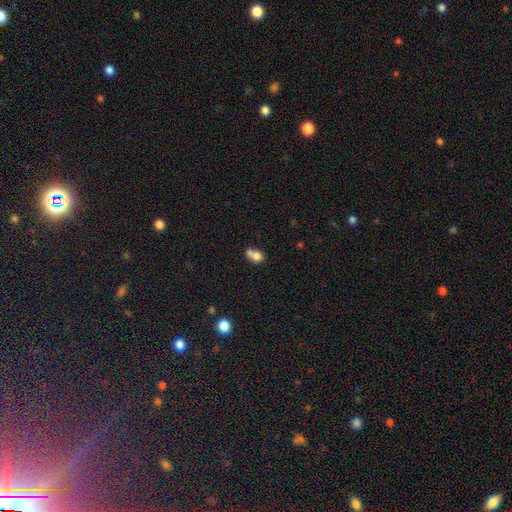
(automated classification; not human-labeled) Q: Smooth or featured?
A: smooth (75%); runner-up: featured or disk (14%)
Q: How rounded?
A: round (50%); runner-up: in between (48%)
Q: Merging?
A: merger (56%); runner-up: none (28%)